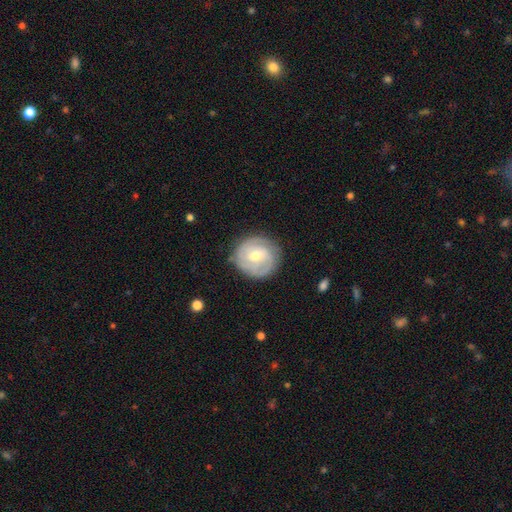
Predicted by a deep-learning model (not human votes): Smooth or featured: featured or disk — 71% (smooth — 24%)
Edge-on disk: no — 98% (yes — 2%)
Bar: no — 50% (weak — 42%)
Spiral arms: yes — 89% (no — 11%)
Spiral winding: tight — 63% (medium — 29%)
Spiral arm count: 2 — 39% (can't tell — 26%)
Bulge size: moderate — 58% (small — 37%)
Merging: none — 82% (minor disturbance — 13%)